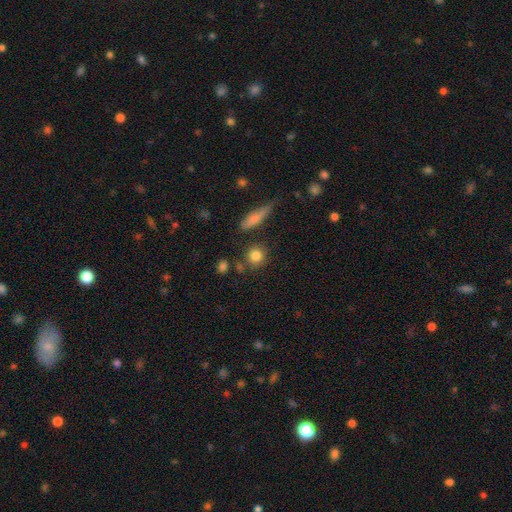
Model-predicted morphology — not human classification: Overall: smooth (83%). How rounded: round (84%). Merging: none (79%).